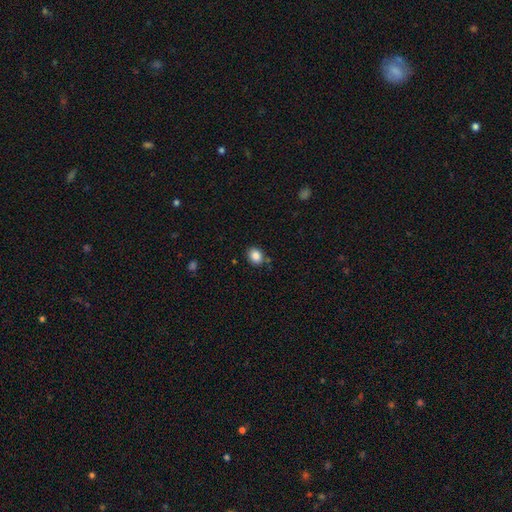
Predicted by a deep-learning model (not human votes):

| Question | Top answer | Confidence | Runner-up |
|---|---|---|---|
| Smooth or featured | smooth | 86% | star or artifact (10%) |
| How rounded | round | 56% | in between (43%) |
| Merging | none | 82% | minor disturbance (11%) |